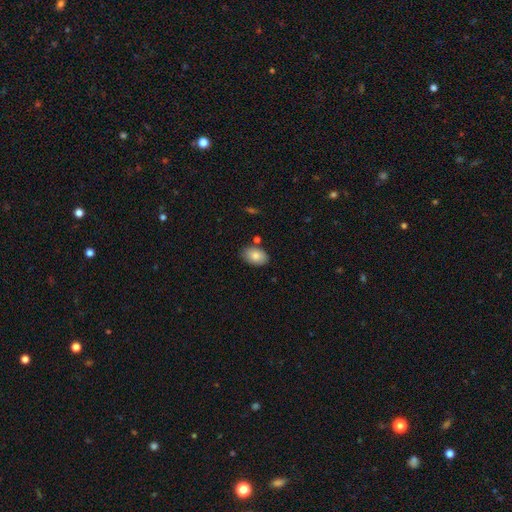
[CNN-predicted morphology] type=smooth (84%); roundness=in between (91%); merging=none (81%).